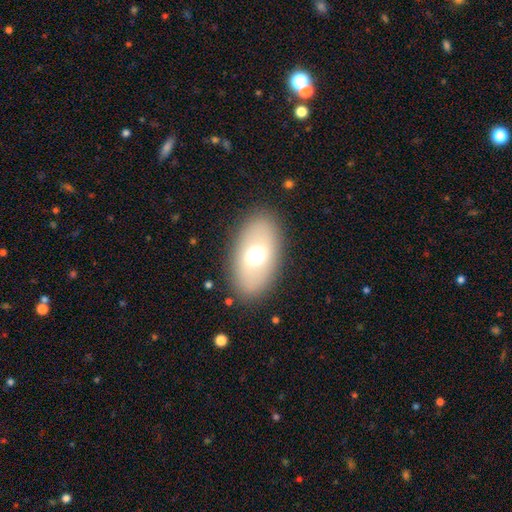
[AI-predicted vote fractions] This appears to be a smooth galaxy with no disk features (62%) that is in between round and cigar-shaped (87%). Merging: none (86%).